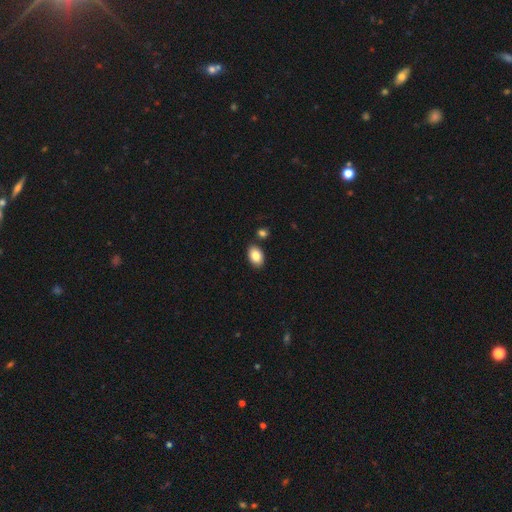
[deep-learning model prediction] The model was most divided on "merging": none: 84%, minor disturbance: 9%, merger: 5%, major disturbance: 2%. More confident: how rounded — in between (88%); smooth or featured — smooth (86%).